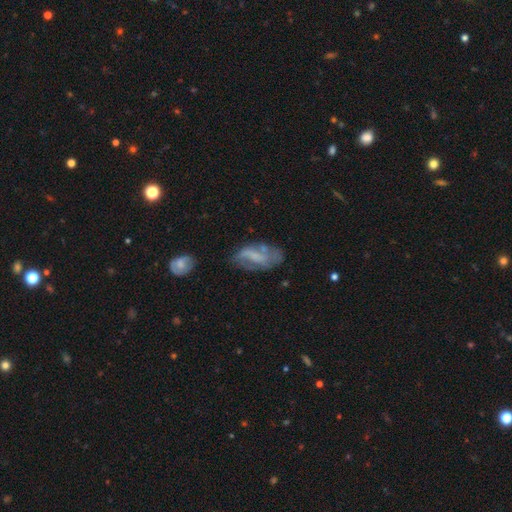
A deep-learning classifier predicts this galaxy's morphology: This appears to be a featured or disk galaxy (55%) with a weak bar (42%), spiral arms (64%) and no central bulge (48%). Merging: none (50%).